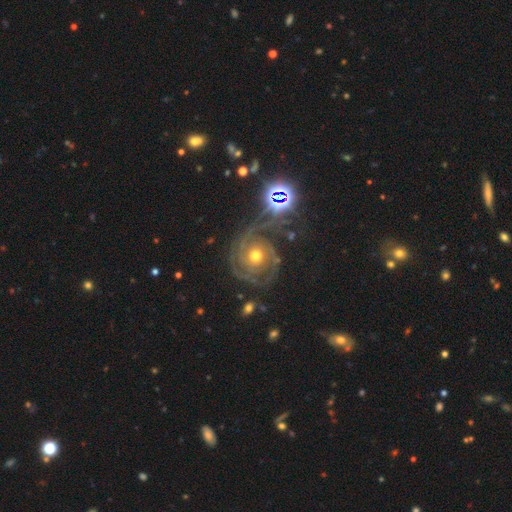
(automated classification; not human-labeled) smooth_or_featured: featured or disk (p=0.86) [alt: star or artifact p=0.09]
disk_edge_on: no (p=0.98) [alt: yes p=0.02]
bar: no (p=0.79) [alt: weak p=0.15]
has_spiral_arms: yes (p=0.97) [alt: no p=0.03]
spiral_winding: tight (p=0.69) [alt: medium p=0.26]
spiral_arm_count: 2 (p=0.30) [alt: 3 p=0.29]
bulge_size: moderate (p=0.72) [alt: small p=0.22]
merging: none (p=0.70) [alt: minor disturbance p=0.16]